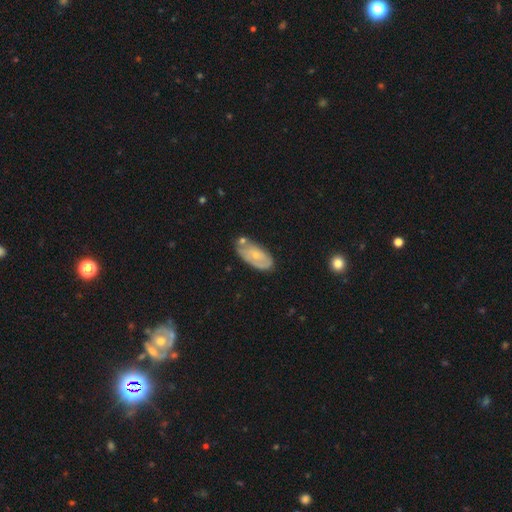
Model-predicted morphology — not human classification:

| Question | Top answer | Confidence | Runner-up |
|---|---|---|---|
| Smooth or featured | smooth | 47% | featured or disk (46%) |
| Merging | none | 55% | minor disturbance (27%) |